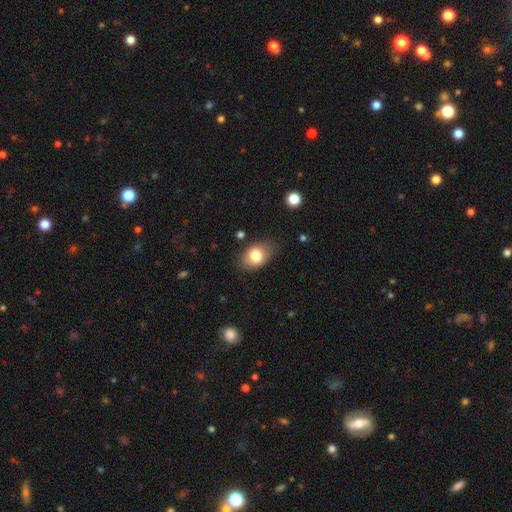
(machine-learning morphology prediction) Smooth or featured?
  - smooth: 79% *
  - featured or disk: 12%
  - star or artifact: 8%
How rounded?
  - in between: 80% *
  - round: 19%
  - cigar-shaped: 1%
Merging?
  - none: 77% *
  - minor disturbance: 17%
  - major disturbance: 4%
  - merger: 2%